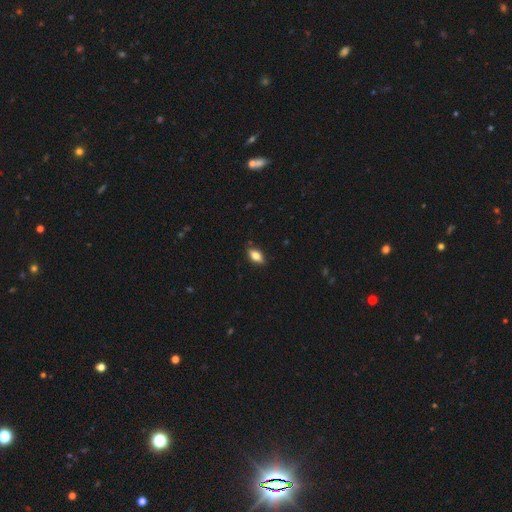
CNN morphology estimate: This is likely a smooth galaxy (67%). How rounded: clearly in between (84%). Merging: clearly none (85%).